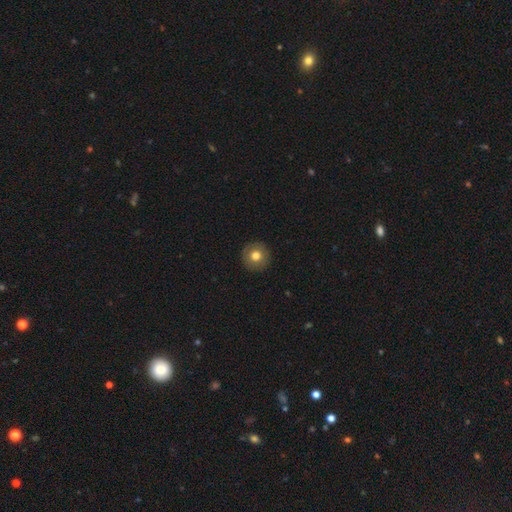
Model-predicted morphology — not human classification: This is likely a smooth galaxy (75%). How rounded: clearly round (95%). Merging: clearly none (90%).